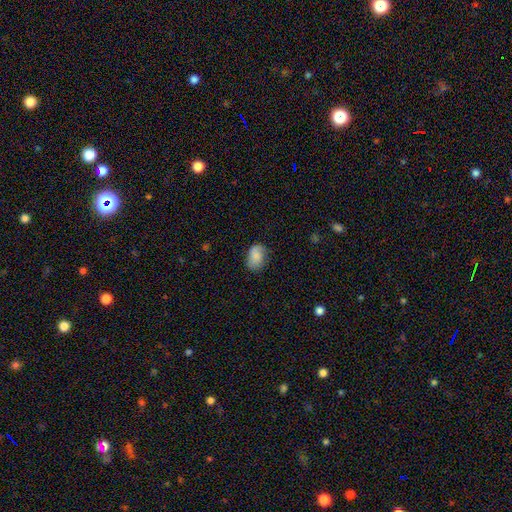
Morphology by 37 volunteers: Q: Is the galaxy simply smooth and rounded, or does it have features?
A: smooth — 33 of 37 (89%).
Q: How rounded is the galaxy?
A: in between — 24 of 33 (73%).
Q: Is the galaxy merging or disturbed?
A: none — 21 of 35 (60%).